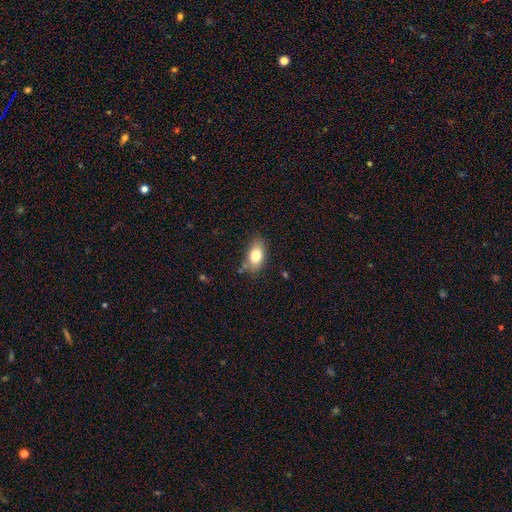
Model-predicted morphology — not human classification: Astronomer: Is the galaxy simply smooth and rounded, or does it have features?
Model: smooth — 80%.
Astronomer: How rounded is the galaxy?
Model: in between — 88%.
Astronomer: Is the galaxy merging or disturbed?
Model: none — 70%.